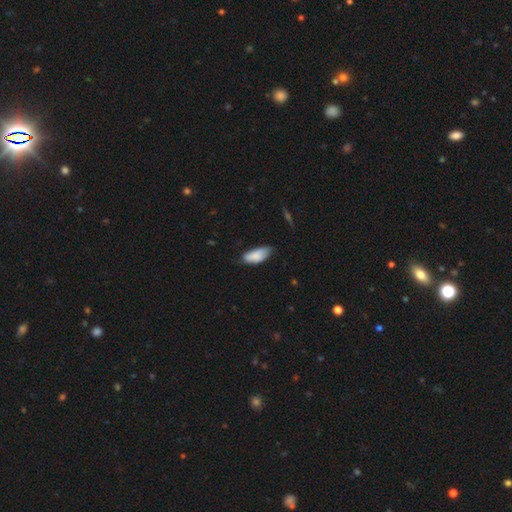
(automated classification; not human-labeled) This is clearly a smooth galaxy (83%). How rounded: clearly in between (87%). Merging: possibly none (53%).